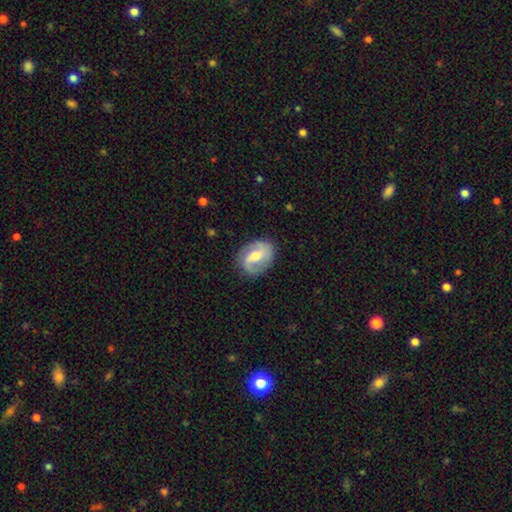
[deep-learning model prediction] This appears to be a featured or disk galaxy (72%) with a weak bar (47%), 2 (81%) medium (42%) spiral arms (88%) and a moderate central bulge (63%). Merging: none (79%).